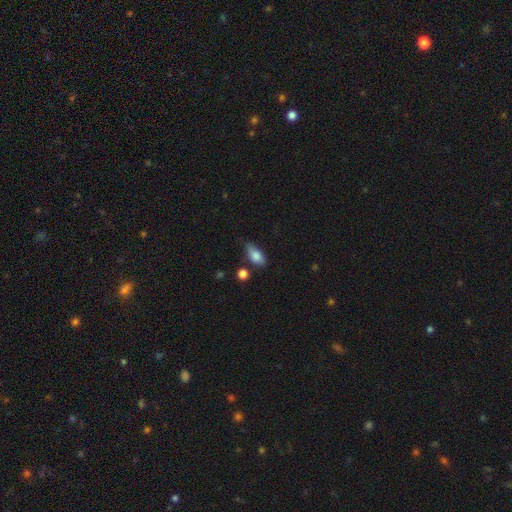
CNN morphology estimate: smooth 82%, featured or disk 11%, star or artifact 8%. Down the decision tree: how rounded — in between (86%); merging — none (62%).